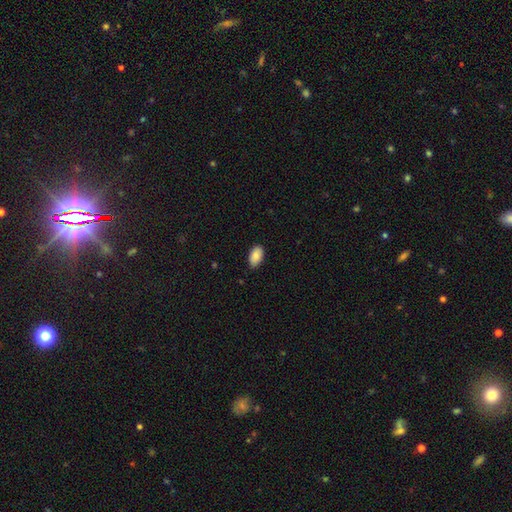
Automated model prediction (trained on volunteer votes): The model was most divided on "merging": none: 84%, minor disturbance: 13%, major disturbance: 2%, merger: 1%. More confident: how rounded — in between (94%); smooth or featured — smooth (87%).